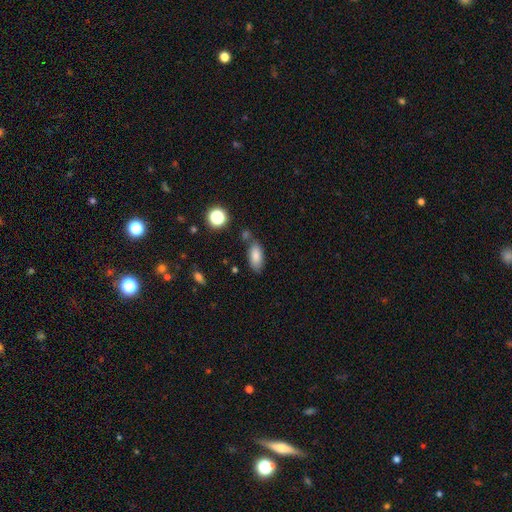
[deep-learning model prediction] smooth_or_featured: smooth (p=0.83) [alt: star or artifact p=0.09]
how_rounded: in between (p=0.88) [alt: cigar-shaped p=0.09]
merging: none (p=0.70) [alt: minor disturbance p=0.16]